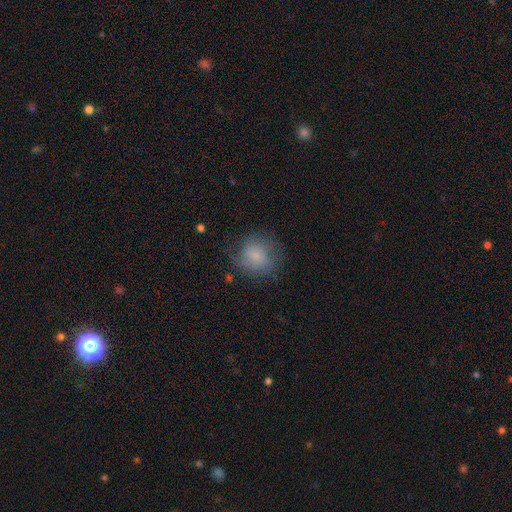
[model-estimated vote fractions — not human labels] Morphology: type=smooth (65%); roundness=round (81%); merging=none (63%).